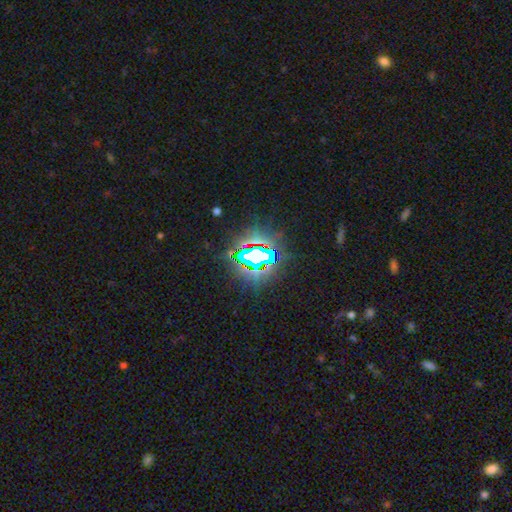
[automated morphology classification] smooth_or_featured: star or artifact (p=0.78) [alt: smooth p=0.12]